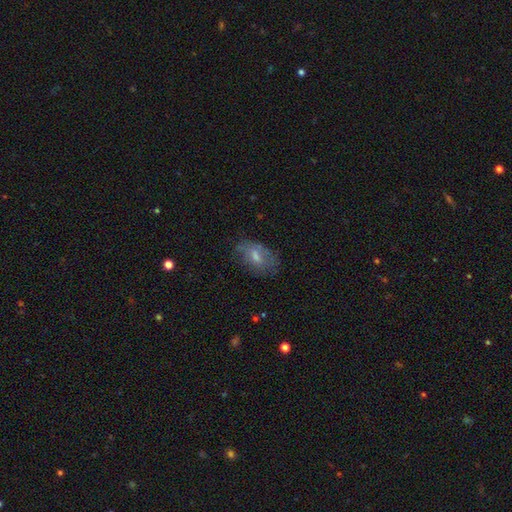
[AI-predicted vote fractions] smooth 47%, featured or disk 39%, star or artifact 13%. Down the decision tree: merging — none (63%).